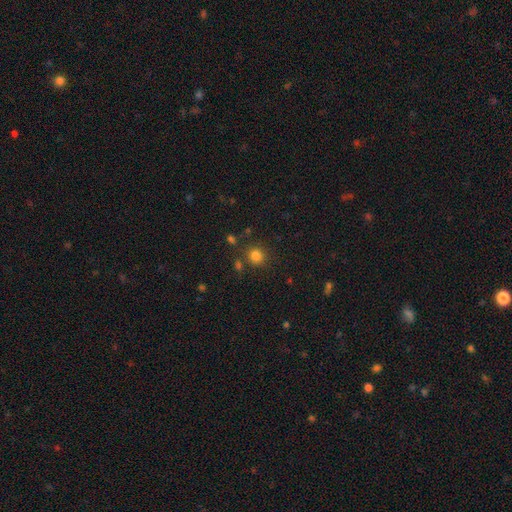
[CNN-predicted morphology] Smooth or featured?
  - smooth: 81% *
  - star or artifact: 14%
  - featured or disk: 5%
How rounded?
  - round: 85% *
  - in between: 14%
  - cigar-shaped: 1%
Merging?
  - none: 81% *
  - minor disturbance: 9%
  - merger: 6%
  - major disturbance: 4%